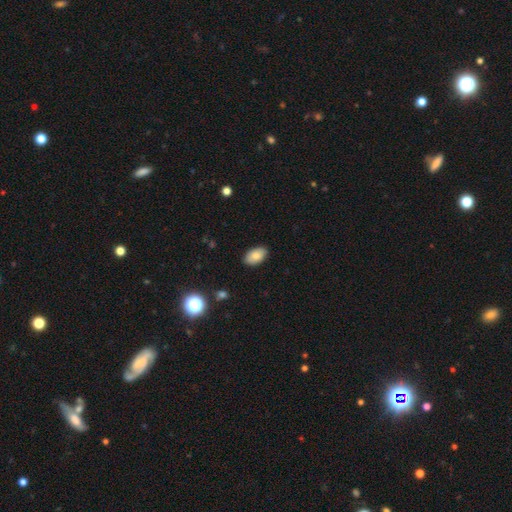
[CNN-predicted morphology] Smooth or featured?
  - smooth: 83% *
  - featured or disk: 9%
  - star or artifact: 8%
How rounded?
  - in between: 93% *
  - round: 5%
  - cigar-shaped: 2%
Merging?
  - none: 86% *
  - minor disturbance: 11%
  - major disturbance: 2%
  - merger: 1%